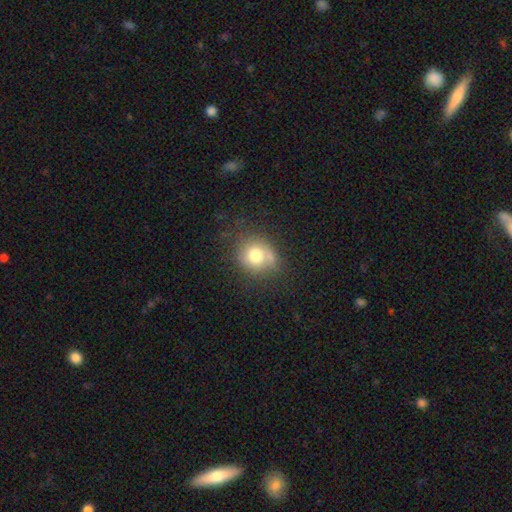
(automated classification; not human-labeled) Overall: smooth (73%). How rounded: round (77%). Merging: none (60%; minor disturbance 23%).